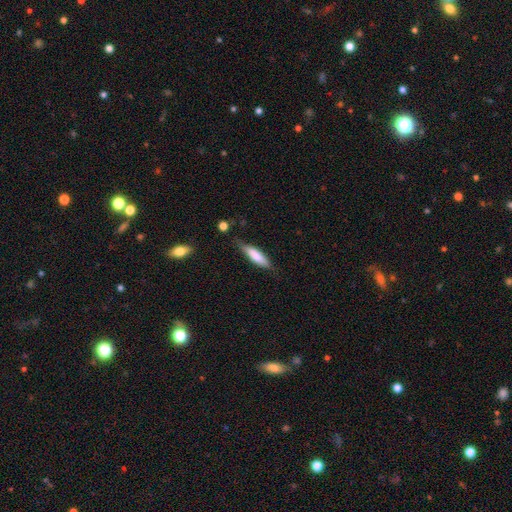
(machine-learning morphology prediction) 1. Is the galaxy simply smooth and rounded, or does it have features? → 72% smooth, 22% featured or disk, 6% star or artifact.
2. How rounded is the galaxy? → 69% cigar-shaped, 30% in between, 1% round.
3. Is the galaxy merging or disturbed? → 70% none, 22% minor disturbance, 5% major disturbance, 2% merger.